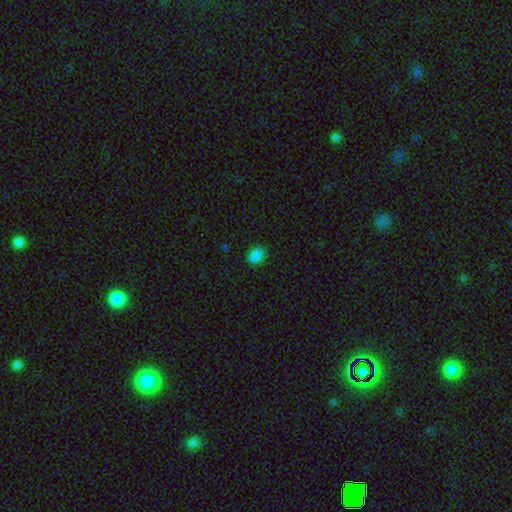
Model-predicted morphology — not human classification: smooth-or-featured: smooth: 85% | star or artifact: 13% | featured or disk: 3%
  how-rounded: in between: 67% | round: 32% | cigar-shaped: 1%
  merging: none: 87% | minor disturbance: 10% | major disturbance: 2% | merger: 1%